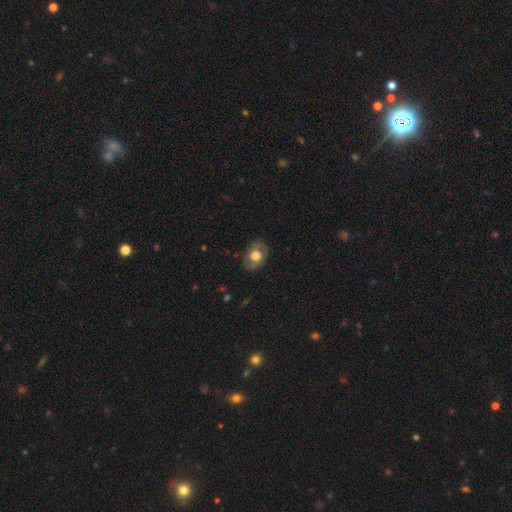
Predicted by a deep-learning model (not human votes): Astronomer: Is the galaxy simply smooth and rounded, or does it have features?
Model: smooth — 56% (runner-up: featured or disk, 37%).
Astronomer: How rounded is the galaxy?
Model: in between — 59% (runner-up: round, 40%).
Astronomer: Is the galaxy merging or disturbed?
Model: none — 79%.